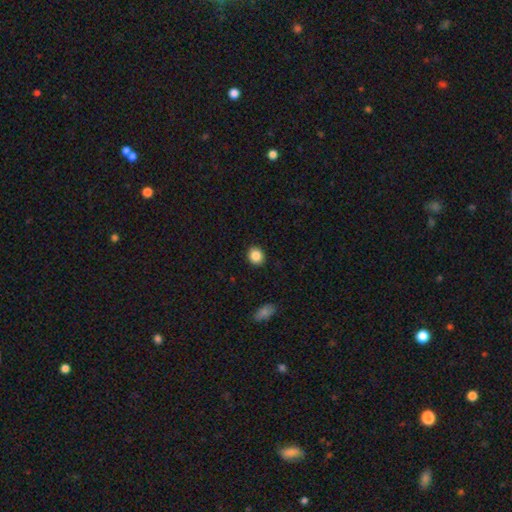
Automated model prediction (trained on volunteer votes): This is clearly a smooth galaxy (87%). How rounded: likely round (73%). Merging: clearly none (92%).